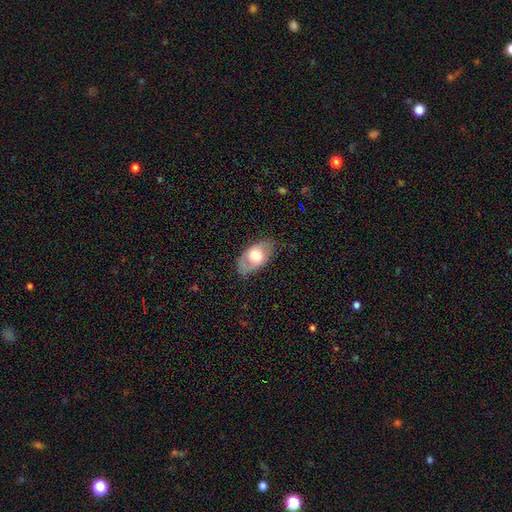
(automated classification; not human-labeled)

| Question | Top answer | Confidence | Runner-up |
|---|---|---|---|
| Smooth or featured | smooth | 56% | featured or disk (38%) |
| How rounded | in between | 90% | round (7%) |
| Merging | none | 74% | minor disturbance (19%) |